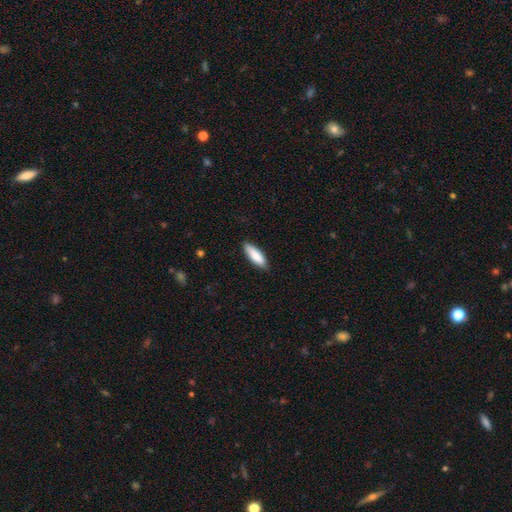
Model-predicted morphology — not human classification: Q: Smooth or featured?
A: smooth (85%); runner-up: featured or disk (10%)
Q: How rounded?
A: in between (51%); runner-up: cigar-shaped (48%)
Q: Merging?
A: none (86%); runner-up: minor disturbance (11%)